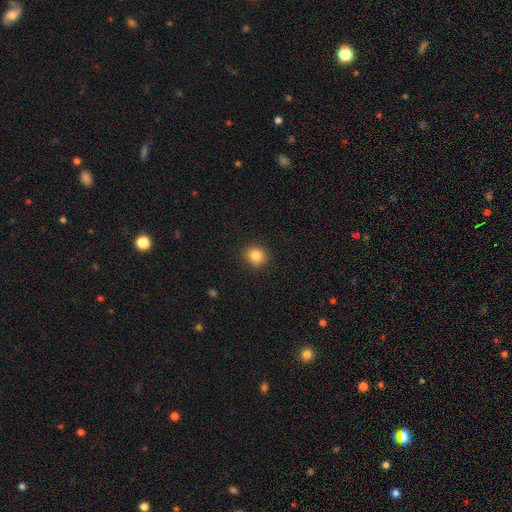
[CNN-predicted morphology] smooth-or-featured: smooth: 84% | star or artifact: 11% | featured or disk: 5%
  how-rounded: round: 83% | in between: 16% | cigar-shaped: 1%
  merging: none: 90% | minor disturbance: 7% | major disturbance: 2% | merger: 1%